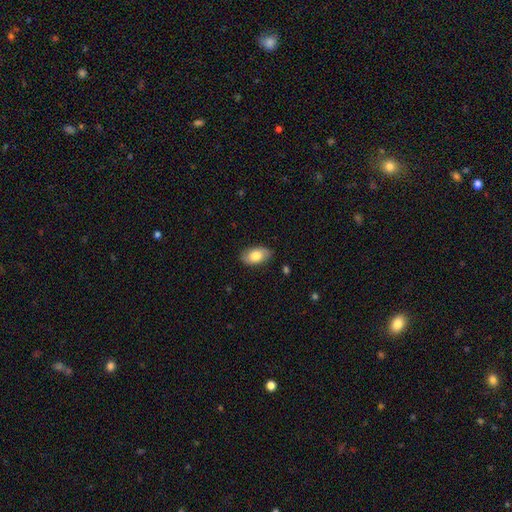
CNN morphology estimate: This is likely a smooth galaxy (74%). How rounded: clearly in between (93%). Merging: clearly none (84%).